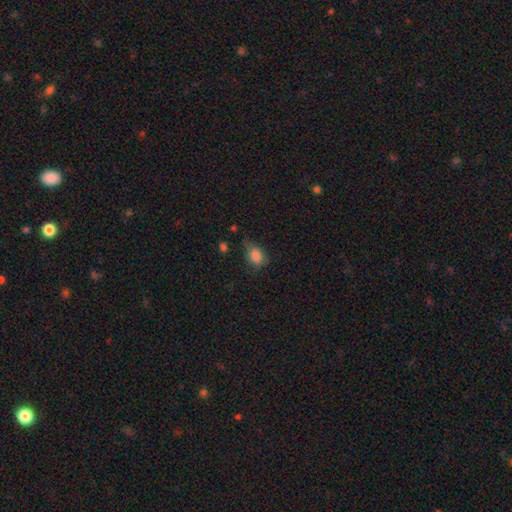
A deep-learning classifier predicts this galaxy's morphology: smooth-or-featured: smooth: 83% | star or artifact: 10% | featured or disk: 7%
  how-rounded: in between: 70% | round: 28% | cigar-shaped: 2%
  merging: none: 51% | minor disturbance: 35% | major disturbance: 11% | merger: 3%